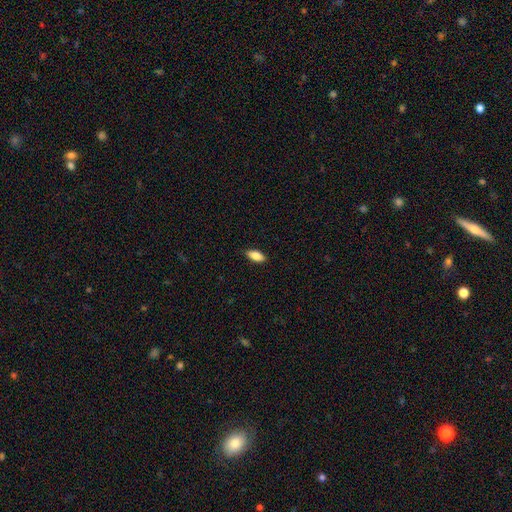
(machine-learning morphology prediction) Q: Smooth or featured?
A: smooth (84%); runner-up: featured or disk (9%)
Q: How rounded?
A: in between (88%); runner-up: cigar-shaped (9%)
Q: Merging?
A: none (88%); runner-up: minor disturbance (9%)